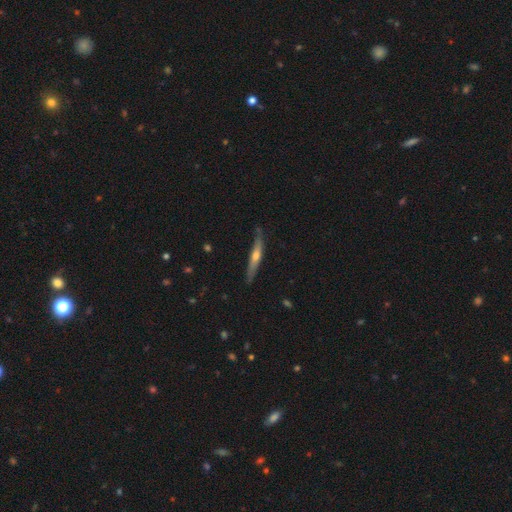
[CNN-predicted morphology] This is possibly a featured or disk galaxy (53%). It is clearly viewed edge-on (93%). Merging: clearly none (81%).